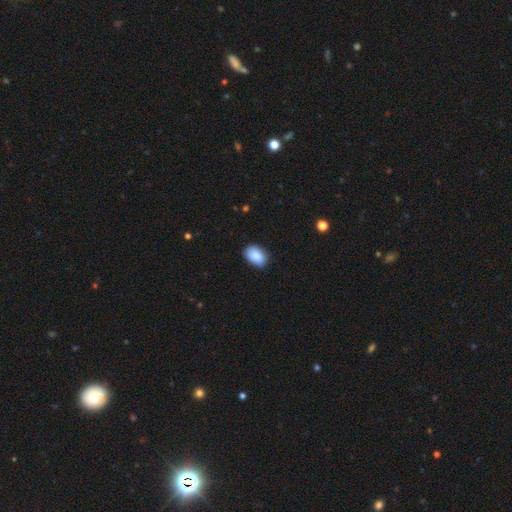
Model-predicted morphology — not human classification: Smooth or featured: smooth — 89% (star or artifact — 7%)
How rounded: in between — 86% (round — 13%)
Merging: none — 81% (minor disturbance — 15%)